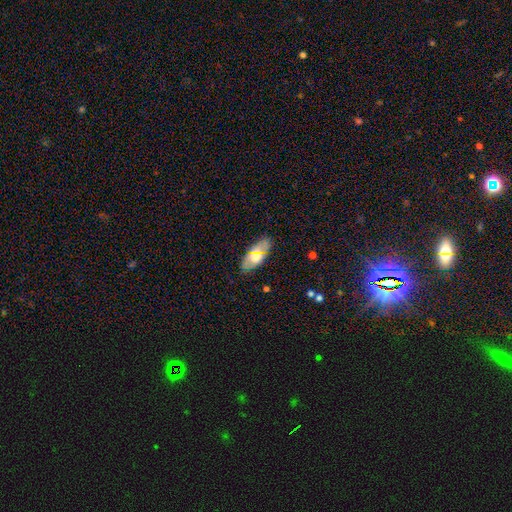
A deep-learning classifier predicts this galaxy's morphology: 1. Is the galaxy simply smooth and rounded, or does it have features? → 63% smooth, 28% featured or disk, 9% star or artifact.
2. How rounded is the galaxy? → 84% in between, 13% cigar-shaped, 3% round.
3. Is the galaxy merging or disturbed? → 82% none, 13% minor disturbance, 3% major disturbance, 1% merger.